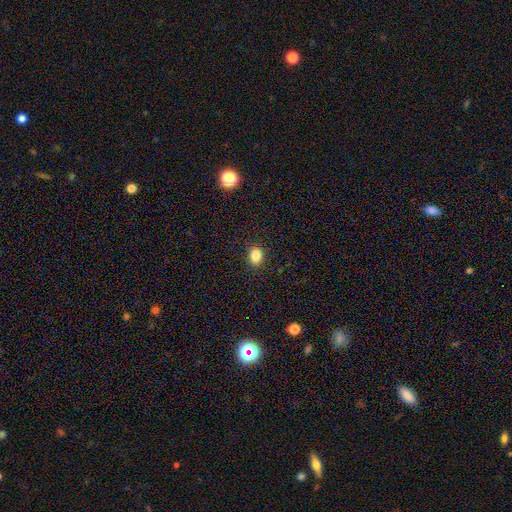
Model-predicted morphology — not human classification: A smooth galaxy with no disk features (85%) that is in between round and cigar-shaped (54%). Merging: none (89%).